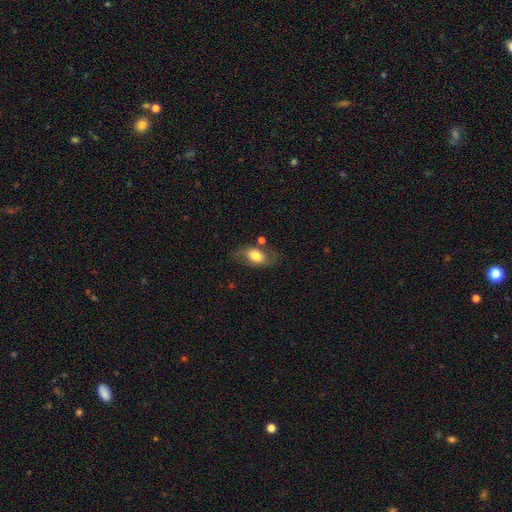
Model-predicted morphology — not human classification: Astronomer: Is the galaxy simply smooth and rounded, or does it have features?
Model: smooth — 64%.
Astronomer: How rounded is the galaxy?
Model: in between — 84%.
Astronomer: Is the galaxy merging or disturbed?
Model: none — 62%.